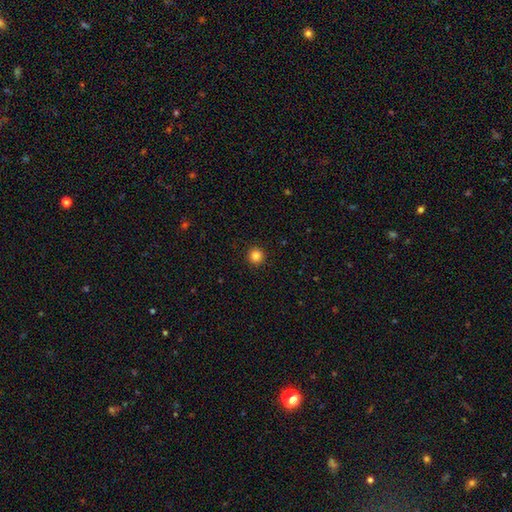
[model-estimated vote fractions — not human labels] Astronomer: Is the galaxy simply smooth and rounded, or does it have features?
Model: smooth — 84%.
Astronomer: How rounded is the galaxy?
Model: round — 96%.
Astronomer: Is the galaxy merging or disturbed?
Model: none — 93%.